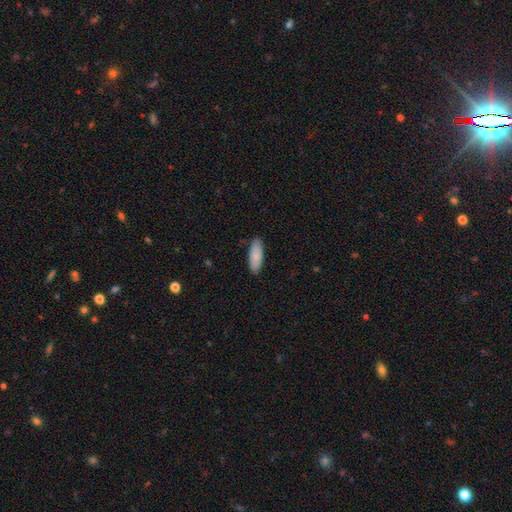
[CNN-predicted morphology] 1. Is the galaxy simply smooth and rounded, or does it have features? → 84% smooth, 10% featured or disk, 5% star or artifact.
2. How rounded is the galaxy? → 73% in between, 25% cigar-shaped, 2% round.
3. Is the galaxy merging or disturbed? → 86% none, 11% minor disturbance, 2% major disturbance, 1% merger.